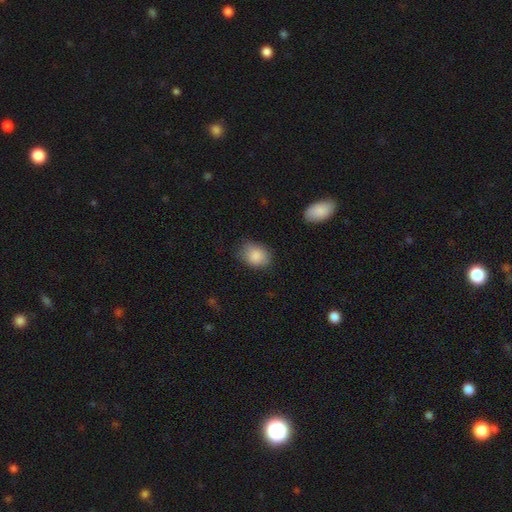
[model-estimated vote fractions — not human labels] Overall: smooth (87%). How rounded: in between (59%; round 40%). Merging: none (70%).